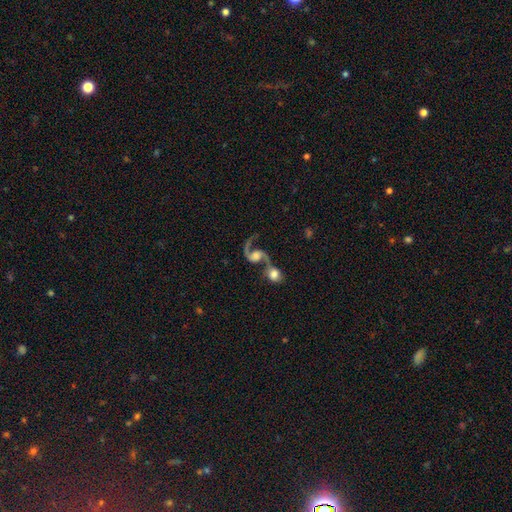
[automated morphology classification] Smooth or featured? featured or disk (87%)
Edge-on disk? no (98%)
Bar? no (55%)
Spiral arms? yes (96%)
Spiral winding? loose (66%)
Spiral arm count? 2 (88%)
Bulge size? moderate (44%)
Merging? merger (57%)